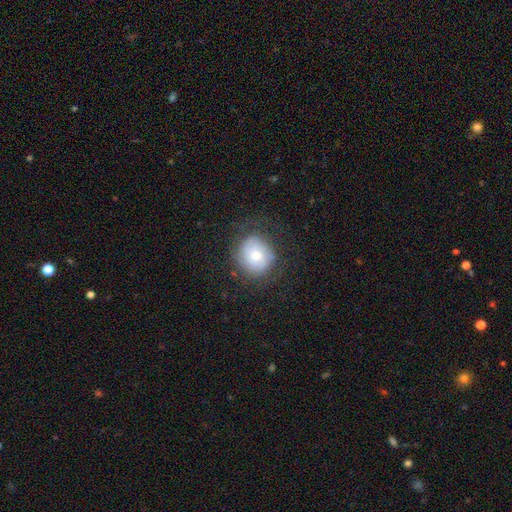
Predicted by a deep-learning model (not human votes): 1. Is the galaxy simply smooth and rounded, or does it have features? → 49% smooth, 41% featured or disk, 9% star or artifact.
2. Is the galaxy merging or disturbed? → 66% none, 19% minor disturbance, 14% major disturbance, 1% merger.